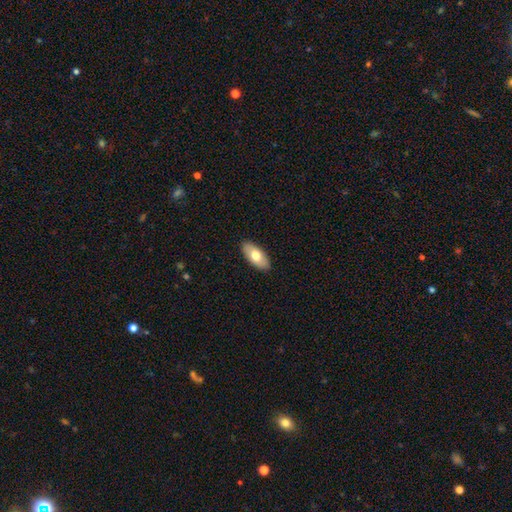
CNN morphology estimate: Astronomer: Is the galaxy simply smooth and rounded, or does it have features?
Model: smooth — 73%.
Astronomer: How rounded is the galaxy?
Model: in between — 90%.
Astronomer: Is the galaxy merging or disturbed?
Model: none — 90%.